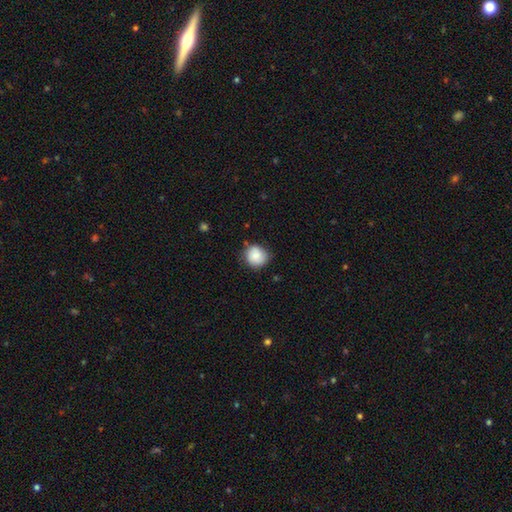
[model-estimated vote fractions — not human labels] Q: Smooth or featured?
A: smooth (82%); runner-up: featured or disk (11%)
Q: How rounded?
A: round (86%); runner-up: in between (13%)
Q: Merging?
A: none (76%); runner-up: minor disturbance (18%)